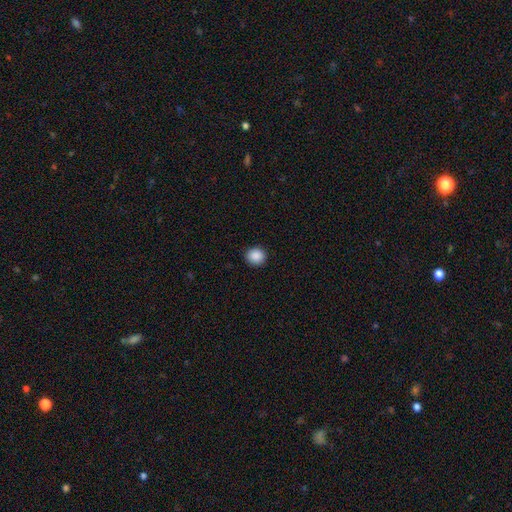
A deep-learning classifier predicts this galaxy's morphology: Smooth or featured?
  - smooth: 89% *
  - star or artifact: 9%
  - featured or disk: 3%
How rounded?
  - round: 88% *
  - in between: 11%
  - cigar-shaped: 1%
Merging?
  - none: 92% *
  - minor disturbance: 5%
  - major disturbance: 2%
  - merger: 1%